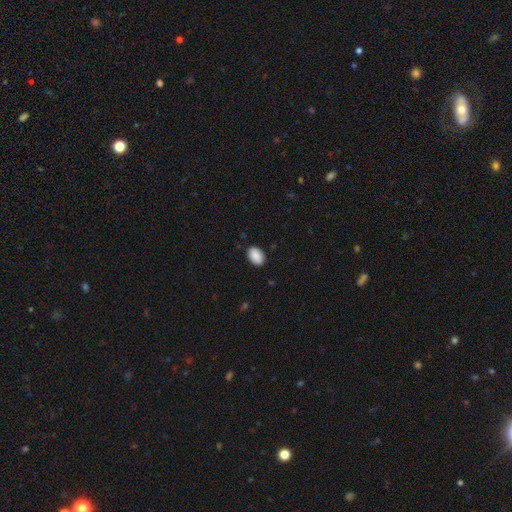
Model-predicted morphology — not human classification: The model was most divided on "how rounded": in between: 86%, round: 13%, cigar-shaped: 1%. More confident: smooth or featured — smooth (90%); merging — none (88%).